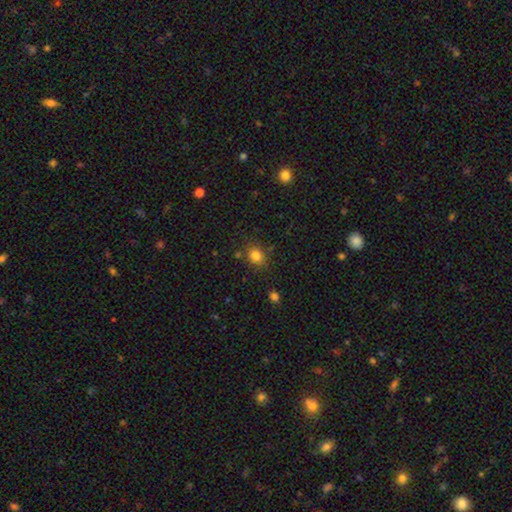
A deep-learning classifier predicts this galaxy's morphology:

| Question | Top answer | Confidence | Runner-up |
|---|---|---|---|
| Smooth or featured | smooth | 82% | star or artifact (13%) |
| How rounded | round | 63% | in between (36%) |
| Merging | none | 79% | minor disturbance (12%) |